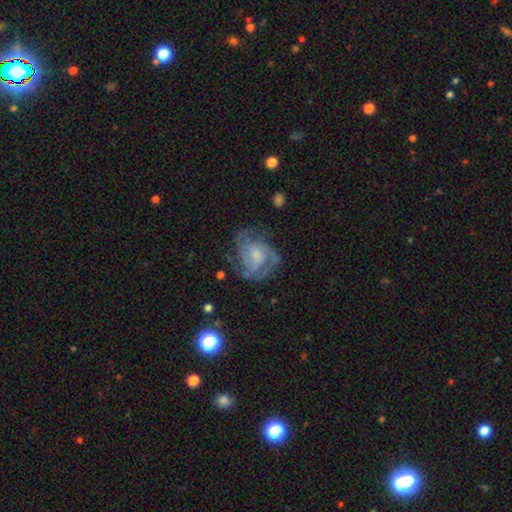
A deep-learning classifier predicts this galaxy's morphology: Smooth or featured?
  - featured or disk: 77% *
  - smooth: 16%
  - star or artifact: 8%
Edge-on disk?
  - no: 98% *
  - yes: 2%
Bar?
  - no: 61% *
  - weak: 33%
  - strong: 5%
Spiral arms?
  - yes: 90% *
  - no: 10%
Spiral winding?
  - medium: 46% *
  - tight: 38%
  - loose: 16%
Spiral arm count?
  - 3: 30% *
  - can't tell: 28%
  - 2: 19%
  - 4: 12%
  - 1: 6%
  - more than 4: 5%
Bulge size?
  - small: 41% *
  - moderate: 34%
  - none: 17%
  - large: 7%
  - dominant: 1%
Merging?
  - none: 58% *
  - minor disturbance: 22%
  - major disturbance: 19%
  - merger: 2%